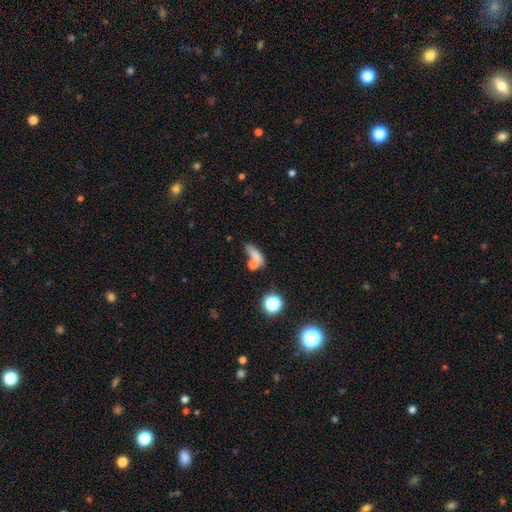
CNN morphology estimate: smooth-or-featured: smooth: 72% | star or artifact: 15% | featured or disk: 14%
  how-rounded: in between: 46% | cigar-shaped: 40% | round: 14%
  merging: none: 50% | merger: 27% | minor disturbance: 15% | major disturbance: 9%